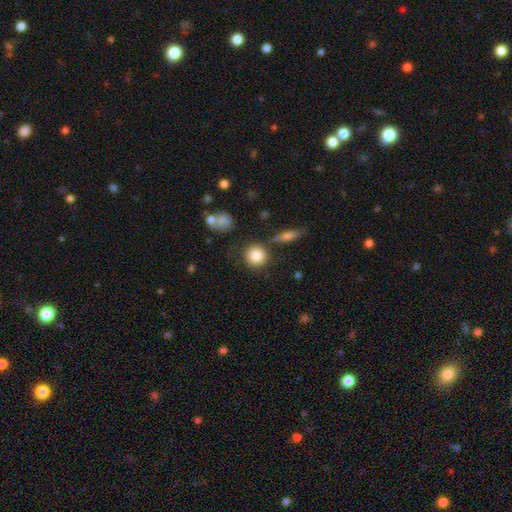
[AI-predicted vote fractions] Q: Smooth or featured?
A: smooth (85%); runner-up: star or artifact (8%)
Q: How rounded?
A: round (90%); runner-up: in between (8%)
Q: Merging?
A: none (76%); runner-up: minor disturbance (11%)